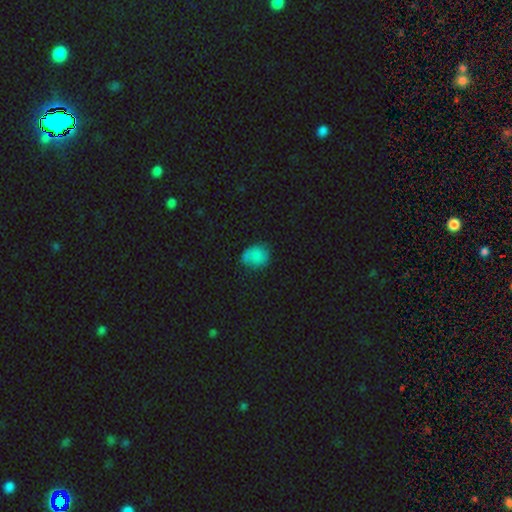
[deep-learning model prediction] A smooth galaxy with no disk features (76%) that is round (60%). Merging: none (57%).